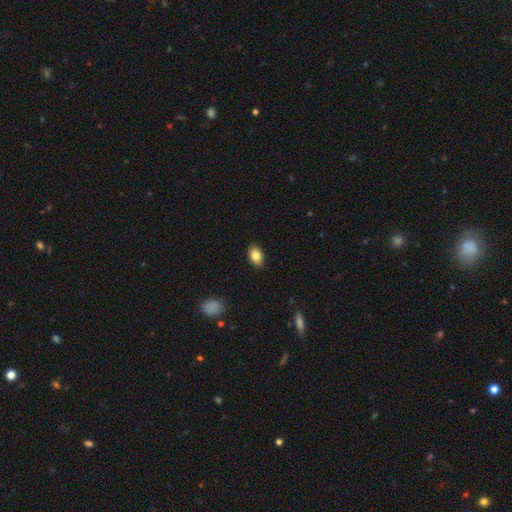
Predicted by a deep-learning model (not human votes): Overall: smooth (83%). How rounded: in between (89%). Merging: none (89%).